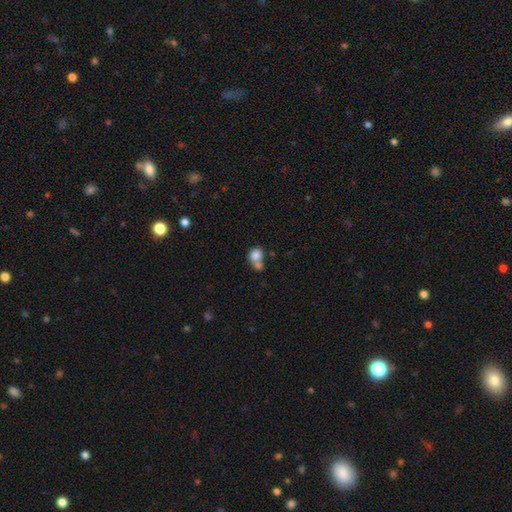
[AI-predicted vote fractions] smooth 81%, star or artifact 10%, featured or disk 9%. Down the decision tree: how rounded — round (72%); merging — merger (52%).